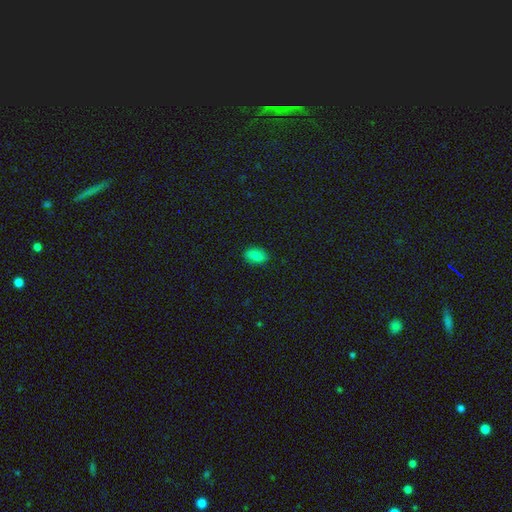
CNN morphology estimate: Overall: smooth (82%). How rounded: in between (86%). Merging: none (86%).